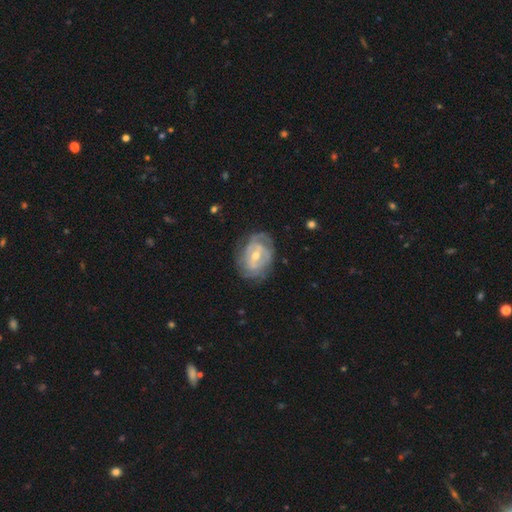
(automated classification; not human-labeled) Smooth or featured: featured or disk — 79% (smooth — 15%)
Edge-on disk: no — 96% (yes — 4%)
Bar: weak — 48% (no — 33%)
Spiral arms: yes — 83% (no — 17%)
Spiral winding: tight — 59% (medium — 30%)
Spiral arm count: can't tell — 42% (2 — 31%)
Bulge size: moderate — 54% (small — 42%)
Merging: none — 67% (minor disturbance — 22%)